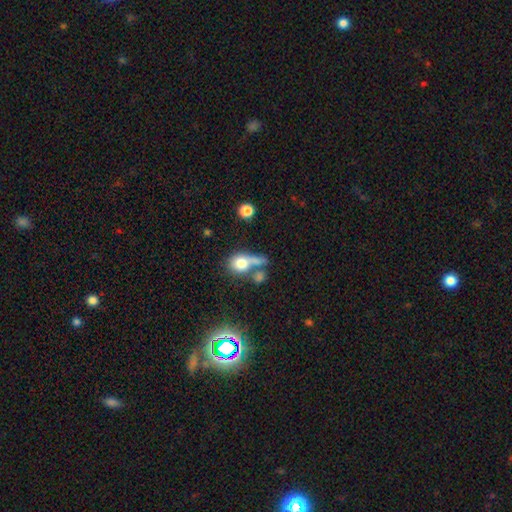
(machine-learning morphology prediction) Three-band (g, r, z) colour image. It shows a smooth galaxy with no disk features (51%) that is round (54%). Merging: none (40%).